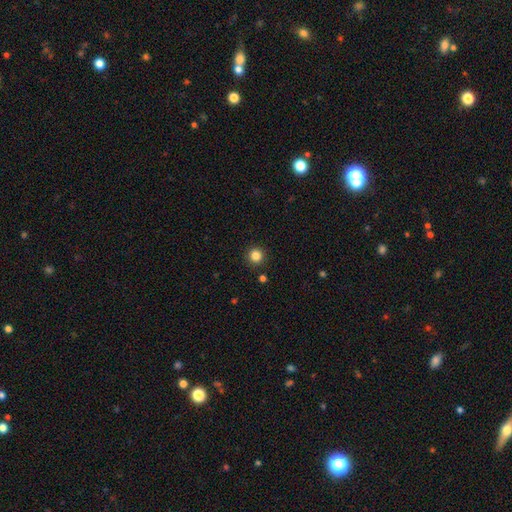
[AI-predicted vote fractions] The model was most divided on "smooth or featured": smooth: 84%, star or artifact: 12%, featured or disk: 4%. More confident: how rounded — round (95%); merging — none (92%).